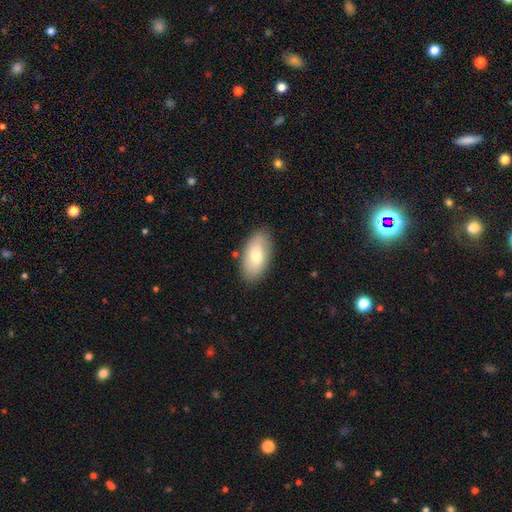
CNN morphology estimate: This is likely a smooth galaxy (70%). How rounded: clearly in between (93%). Merging: clearly none (84%).